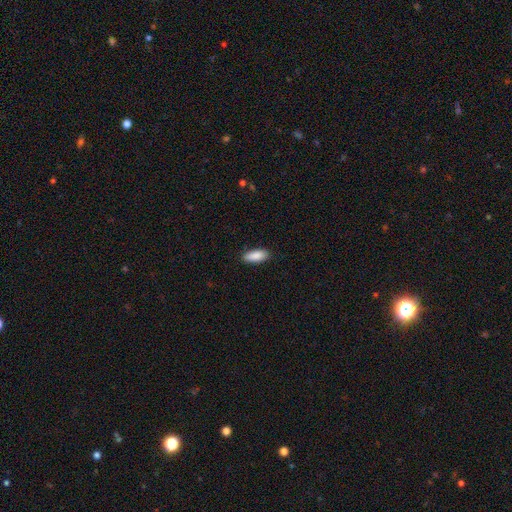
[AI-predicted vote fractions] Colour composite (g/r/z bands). It shows a smooth galaxy with no disk features (90%) that is in between round and cigar-shaped (77%). Merging: none (87%).